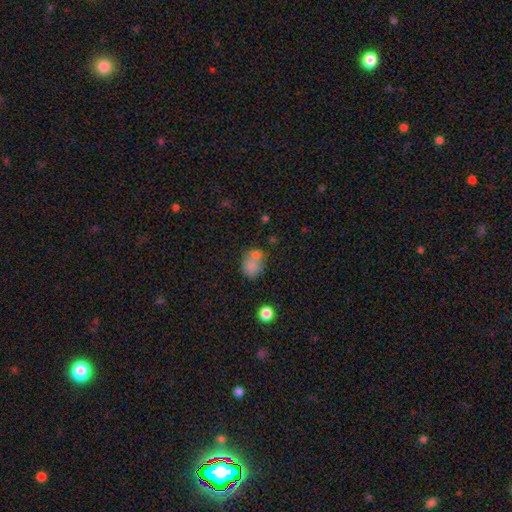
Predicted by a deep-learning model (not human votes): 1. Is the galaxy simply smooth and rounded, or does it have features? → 75% smooth, 13% featured or disk, 12% star or artifact.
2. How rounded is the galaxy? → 57% round, 42% in between, 1% cigar-shaped.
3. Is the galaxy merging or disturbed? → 47% merger, 37% none, 12% minor disturbance, 5% major disturbance.